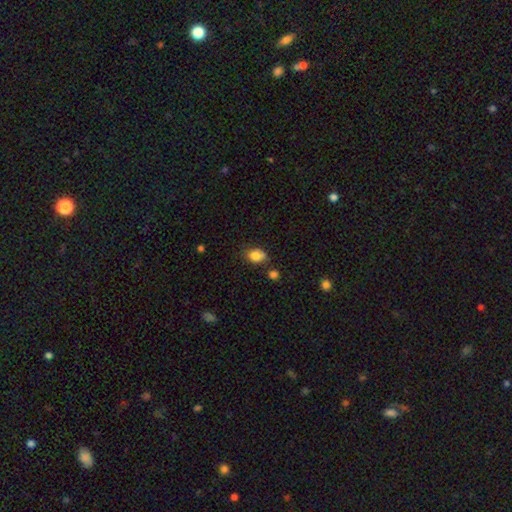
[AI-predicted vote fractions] Smooth or featured: smooth — 82% (star or artifact — 10%)
How rounded: in between — 67% (round — 32%)
Merging: none — 60% (minor disturbance — 24%)